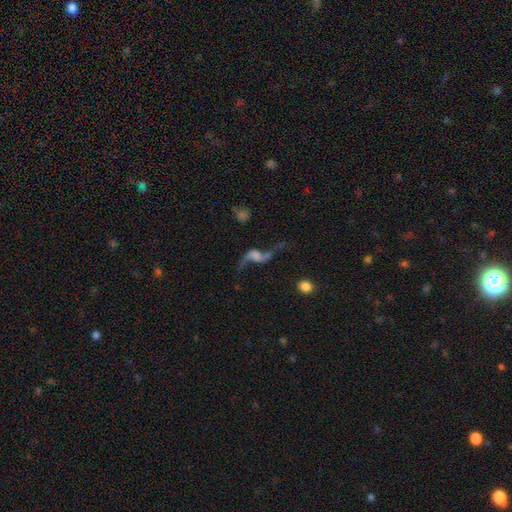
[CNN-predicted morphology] A featured or disk galaxy (81%) with no bar (54%), 2 (92%) loose (94%) spiral arms (93%) and no central bulge (44%).

Vote fractions:
- Smooth or featured? featured or disk: 81% / smooth: 10% / star or artifact: 9%
- Edge-on disk? no: 93% / yes: 7%
- Bar? no: 54% / weak: 33% / strong: 14%
- Spiral arms? yes: 93% / no: 7%
- Spiral winding? loose: 94% / medium: 4% / tight: 2%
- Spiral arm count? 2: 92% / 1: 3% / can't tell: 1% / 3: 1% / 4: 1% / more than 4: 1%
- Bulge size? none: 44% / small: 20% / moderate: 17% / large: 14% / dominant: 5%
- Merging? none: 57% / major disturbance: 20% / minor disturbance: 16% / merger: 8%